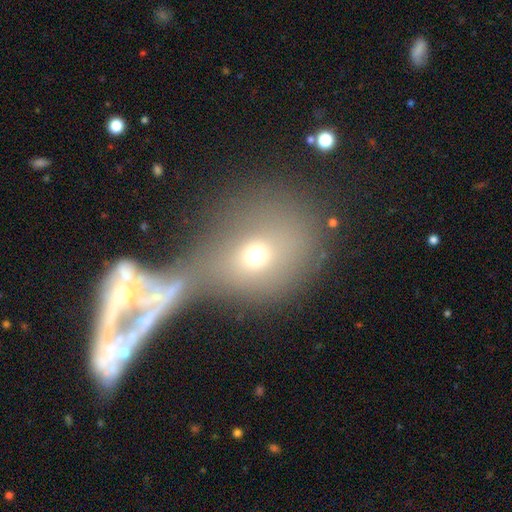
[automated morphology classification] Smooth or featured?
  - smooth: 56% *
  - featured or disk: 26%
  - star or artifact: 17%
How rounded?
  - round: 57% *
  - in between: 40%
  - cigar-shaped: 2%
Merging?
  - merger: 47% *
  - none: 28%
  - major disturbance: 15%
  - minor disturbance: 10%